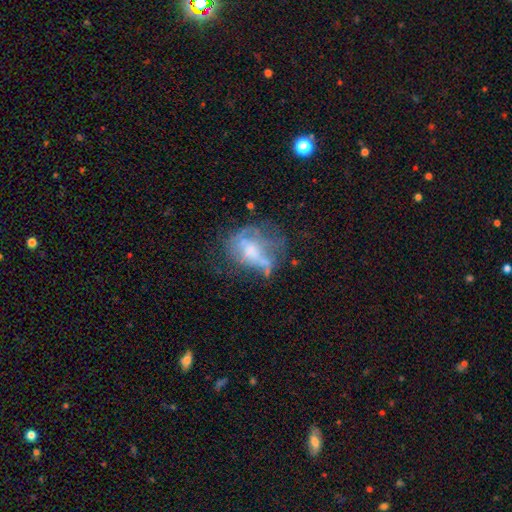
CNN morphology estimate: smooth-or-featured: featured or disk: 55% | smooth: 32% | star or artifact: 13%
  disk-edge-on: no: 96% | yes: 4%
    bar: no: 76% | weak: 19% | strong: 6%
    has-spiral-arms: no: 77% | yes: 23%
    bulge-size: moderate: 32% | none: 30% | small: 29% | large: 8% | dominant: 2%
  merging: major disturbance: 37% | none: 32% | minor disturbance: 21% | merger: 11%